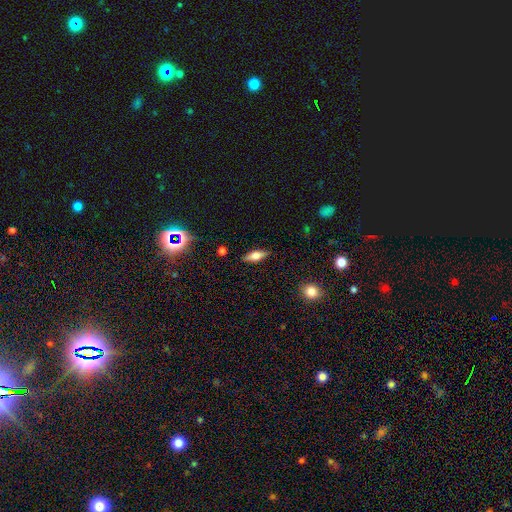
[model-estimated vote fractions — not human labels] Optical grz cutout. It shows a smooth galaxy with no disk features (48%). Merging: none (87%).